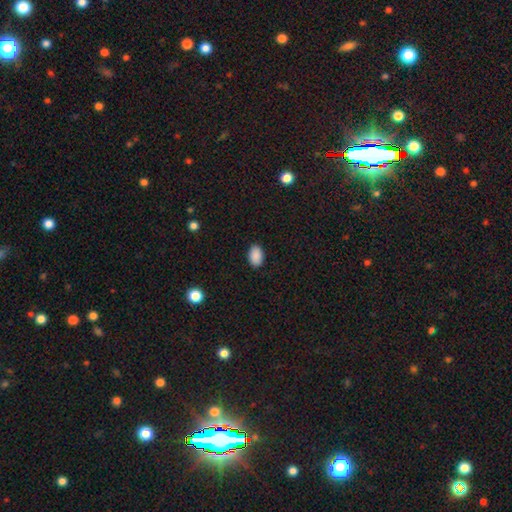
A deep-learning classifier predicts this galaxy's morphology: smooth 89%, star or artifact 8%, featured or disk 3%. Down the decision tree: how rounded — in between (88%); merging — none (89%).